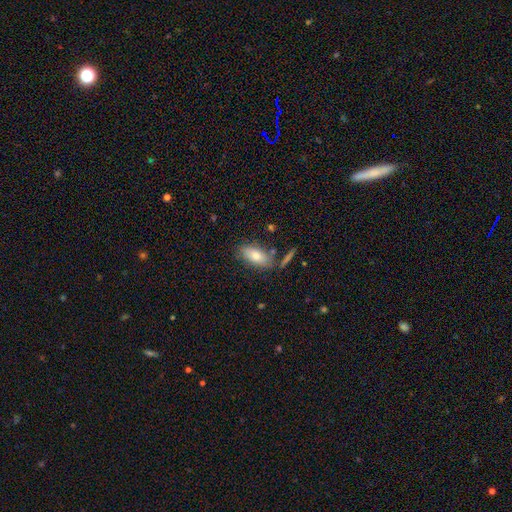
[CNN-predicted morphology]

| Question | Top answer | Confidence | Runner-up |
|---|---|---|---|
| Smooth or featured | smooth | 73% | featured or disk (19%) |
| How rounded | in between | 87% | cigar-shaped (9%) |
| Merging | none | 74% | minor disturbance (14%) |